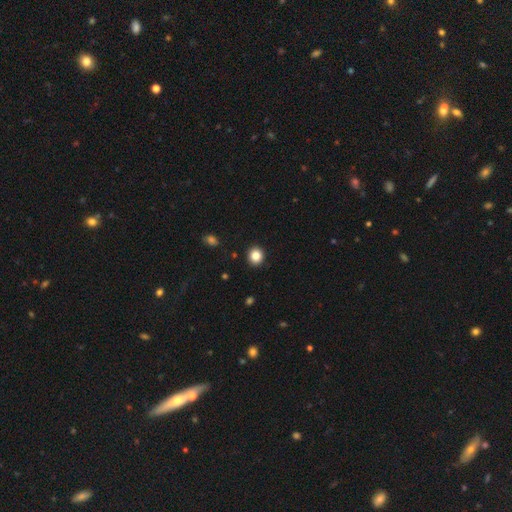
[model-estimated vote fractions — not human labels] Morphology: type=smooth (85%); roundness=round (83%); merging=none (92%).